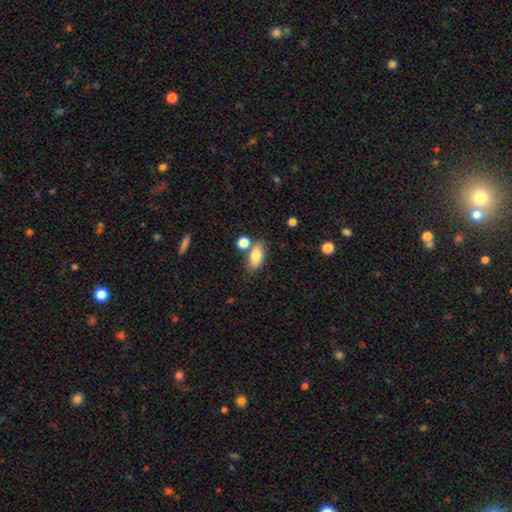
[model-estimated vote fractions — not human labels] smooth 80%, featured or disk 12%, star or artifact 8%. Down the decision tree: how rounded — in between (85%); merging — none (66%).